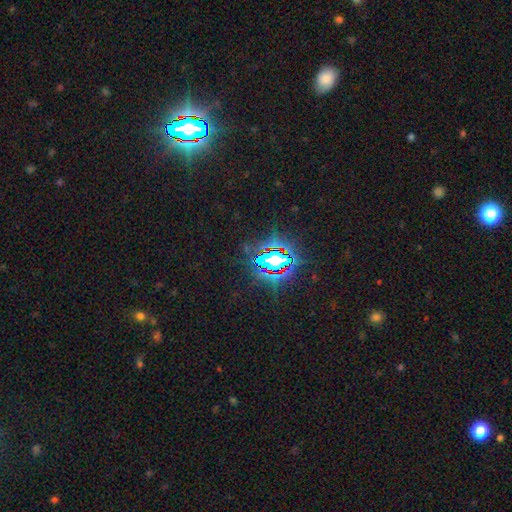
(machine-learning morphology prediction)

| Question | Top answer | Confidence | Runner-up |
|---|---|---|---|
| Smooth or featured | star or artifact | 84% | smooth (9%) |